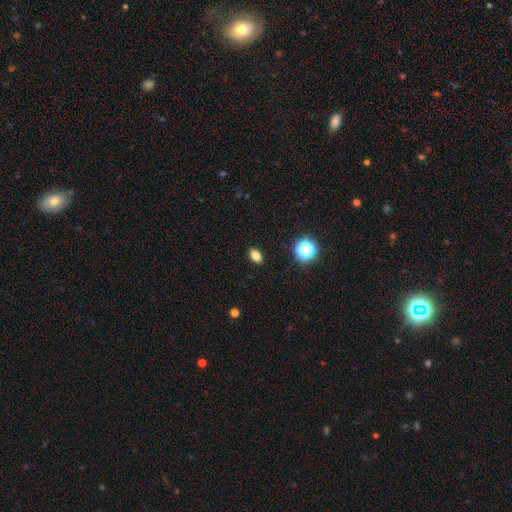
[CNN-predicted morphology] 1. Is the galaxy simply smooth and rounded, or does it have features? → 80% smooth, 14% star or artifact, 6% featured or disk.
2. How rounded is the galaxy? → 80% in between, 18% round, 2% cigar-shaped.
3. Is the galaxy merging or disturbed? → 90% none, 7% minor disturbance, 2% major disturbance, 1% merger.